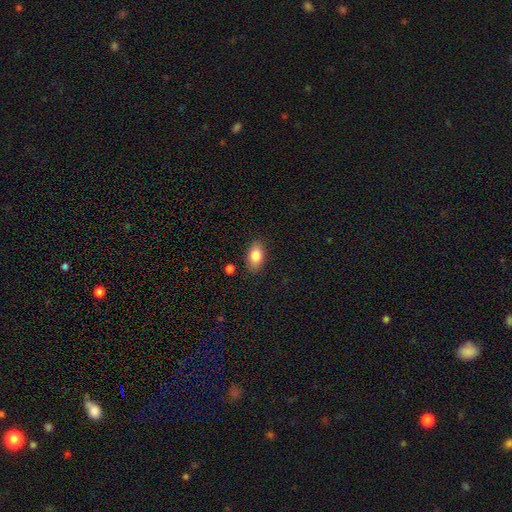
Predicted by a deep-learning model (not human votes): Smooth or featured? Predicted: smooth (p=0.83). How rounded? Predicted: in between (p=0.90). Merging? Predicted: none (p=0.85).